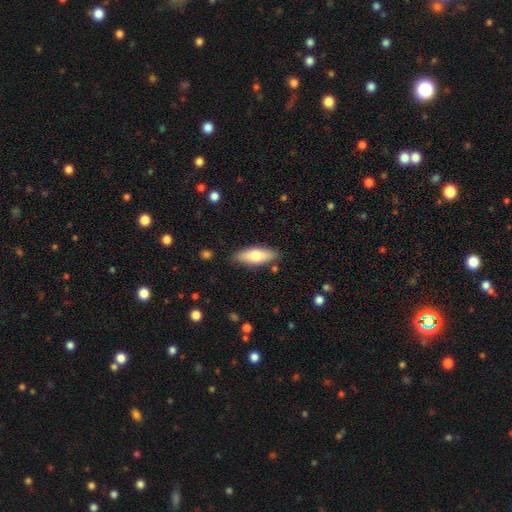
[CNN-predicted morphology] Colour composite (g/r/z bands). It shows a smooth galaxy with no disk features (69%) that is in between round and cigar-shaped (67%). Merging: none (85%).